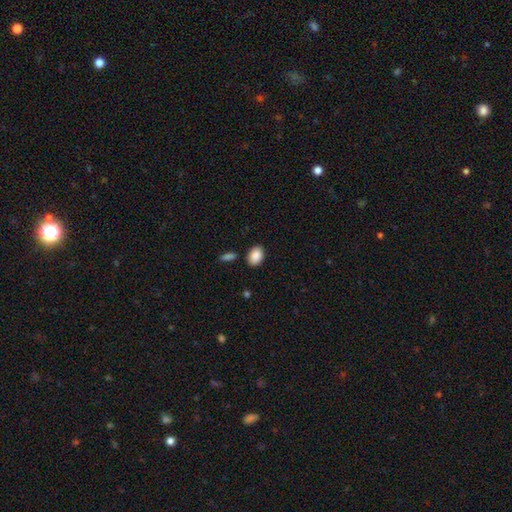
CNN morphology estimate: This appears to be a smooth galaxy with no disk features (89%) that is in between round and cigar-shaped (81%). Merging: none (84%).